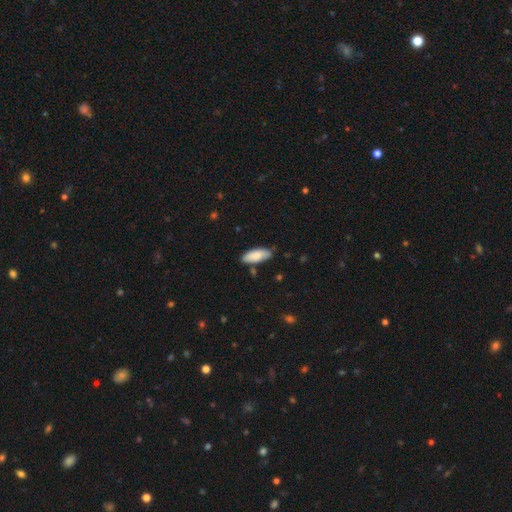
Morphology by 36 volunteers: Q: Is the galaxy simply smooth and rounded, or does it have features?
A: smooth — 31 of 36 (86%).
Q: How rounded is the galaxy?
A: in between — 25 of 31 (81%).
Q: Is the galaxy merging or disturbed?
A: none — 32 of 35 (91%).